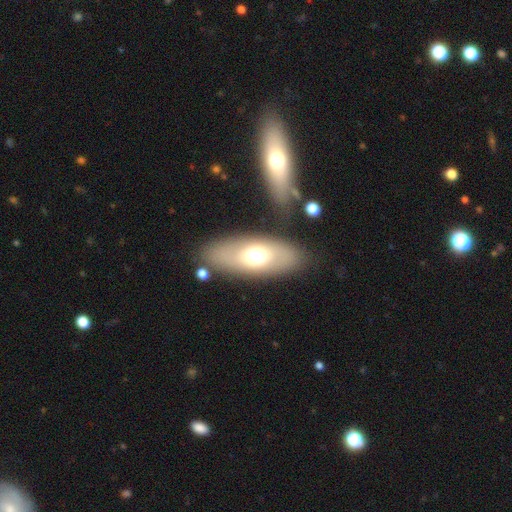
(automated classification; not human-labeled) The model was most divided on "smooth or featured": smooth: 62%, featured or disk: 30%, star or artifact: 8%. More confident: how rounded — in between (83%); merging — none (78%).